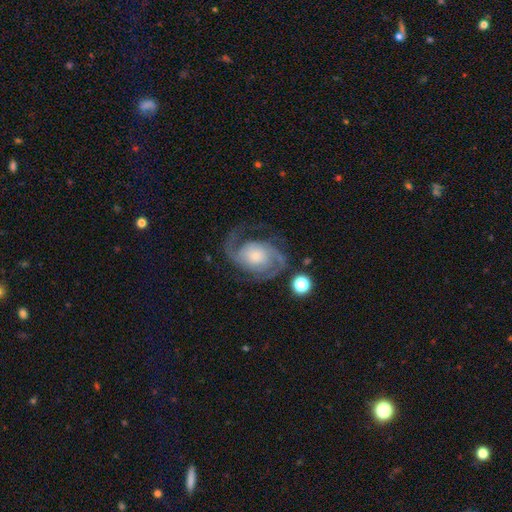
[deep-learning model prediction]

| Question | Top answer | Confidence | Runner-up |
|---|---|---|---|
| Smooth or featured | featured or disk | 90% | smooth (6%) |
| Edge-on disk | no | 98% | yes (2%) |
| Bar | no | 67% | weak (26%) |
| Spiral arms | yes | 98% | no (2%) |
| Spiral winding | medium | 53% | tight (28%) |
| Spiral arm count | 2 | 87% | 3 (4%) |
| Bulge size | small | 46% | moderate (31%) |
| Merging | none | 68% | minor disturbance (16%) |